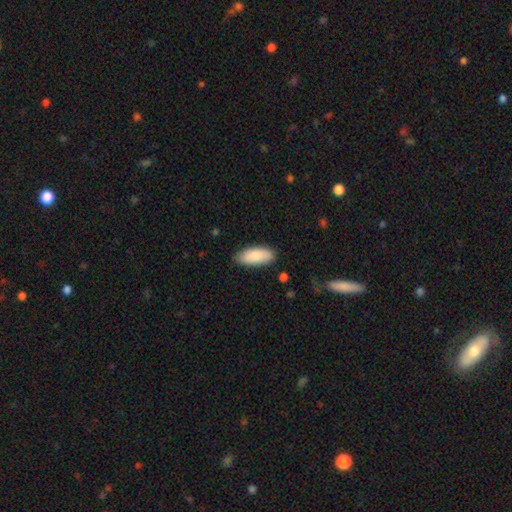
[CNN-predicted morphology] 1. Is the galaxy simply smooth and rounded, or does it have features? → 86% smooth, 8% featured or disk, 6% star or artifact.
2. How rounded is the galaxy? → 83% in between, 16% cigar-shaped, 2% round.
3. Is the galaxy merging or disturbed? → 84% none, 12% minor disturbance, 2% major disturbance, 1% merger.